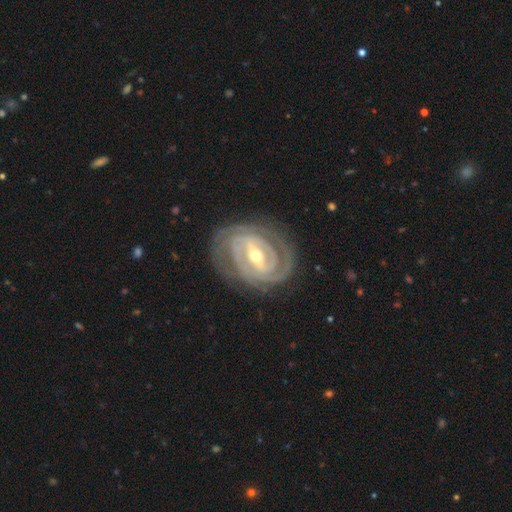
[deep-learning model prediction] The model was most divided on "bulge size": moderate: 54%, small: 43%, large: 2%, none: 1%, dominant: 1%. More confident: spiral arms — yes (96%); edge-on disk — no (96%); smooth or featured — featured or disk (91%); merging — none (78%); spiral winding — tight (77%); bar — strong (56%); spiral arm count — 2 (52%).